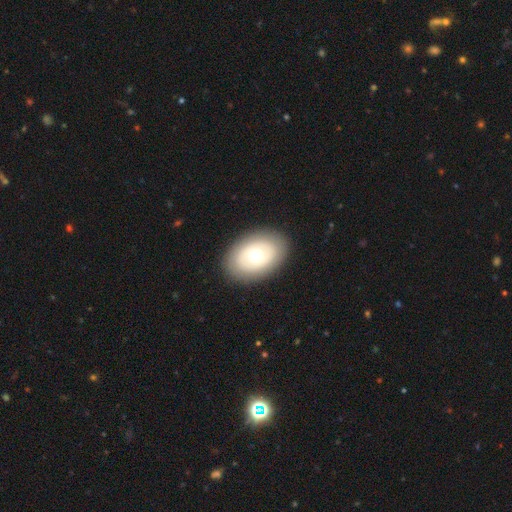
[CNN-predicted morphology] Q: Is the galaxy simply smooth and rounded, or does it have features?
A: smooth — 53%.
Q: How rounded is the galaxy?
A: in between — 77%.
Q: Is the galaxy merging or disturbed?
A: none — 87%.